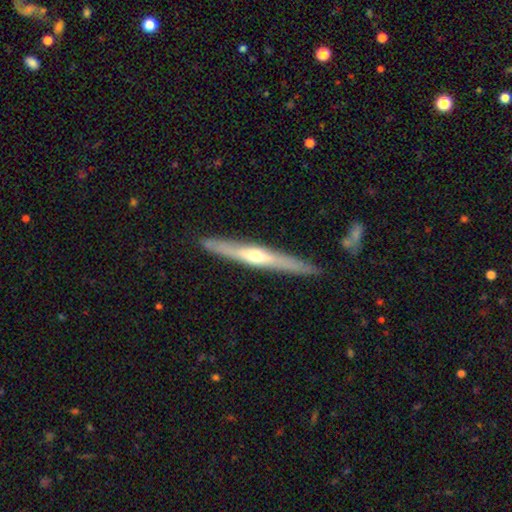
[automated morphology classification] Smooth or featured?
  - featured or disk: 70% *
  - smooth: 25%
  - star or artifact: 5%
Edge-on disk?
  - yes: 95% *
  - no: 5%
Edge-on bulge?
  - rounded: 83% *
  - none: 14%
  - boxy: 3%
Merging?
  - none: 89% *
  - minor disturbance: 8%
  - major disturbance: 2%
  - merger: 1%